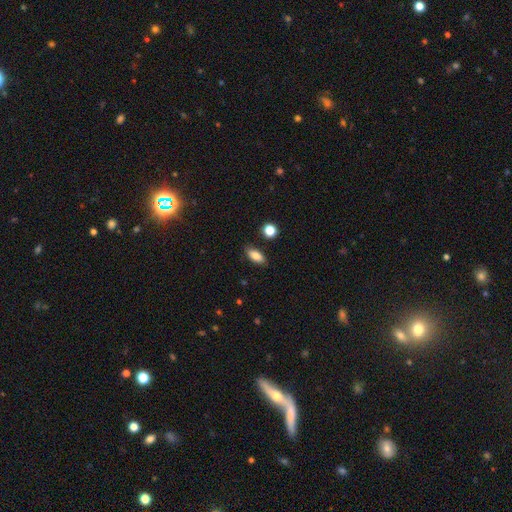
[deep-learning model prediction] Q: Smooth or featured?
A: smooth (85%); runner-up: star or artifact (8%)
Q: How rounded?
A: in between (83%); runner-up: cigar-shaped (12%)
Q: Merging?
A: none (85%); runner-up: minor disturbance (10%)